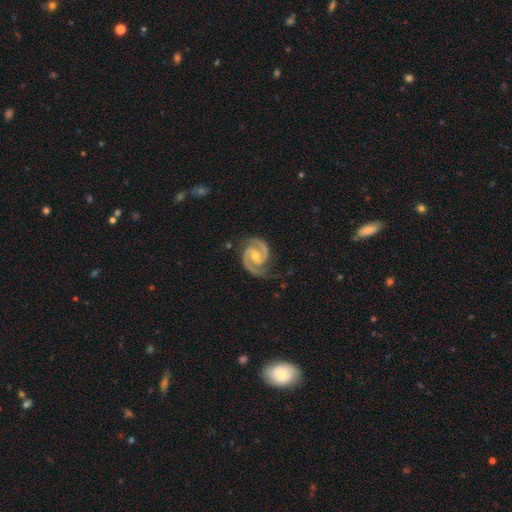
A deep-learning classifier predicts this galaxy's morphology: smooth_or_featured: featured or disk (p=0.94) [alt: star or artifact p=0.04]
disk_edge_on: no (p=0.98) [alt: yes p=0.02]
bar: no (p=0.48) [alt: weak p=0.38]
has_spiral_arms: yes (p=0.99) [alt: no p=0.01]
spiral_winding: medium (p=0.50) [alt: tight p=0.45]
spiral_arm_count: 2 (p=0.94) [alt: 3 p=0.02]
bulge_size: moderate (p=0.51) [alt: small p=0.45]
merging: none (p=0.77) [alt: minor disturbance p=0.17]